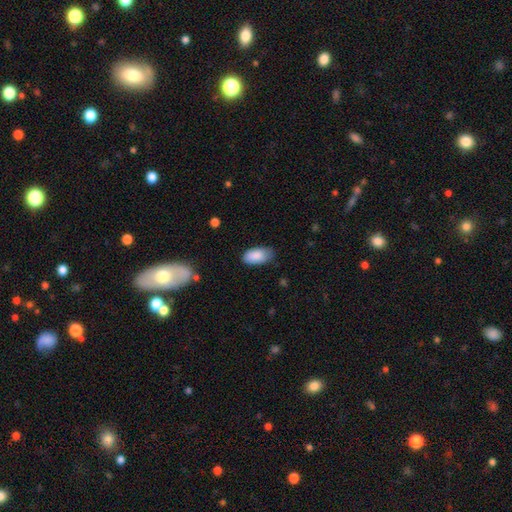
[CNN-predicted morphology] Smooth or featured? smooth (88%)
How rounded? in between (94%)
Merging? none (71%)